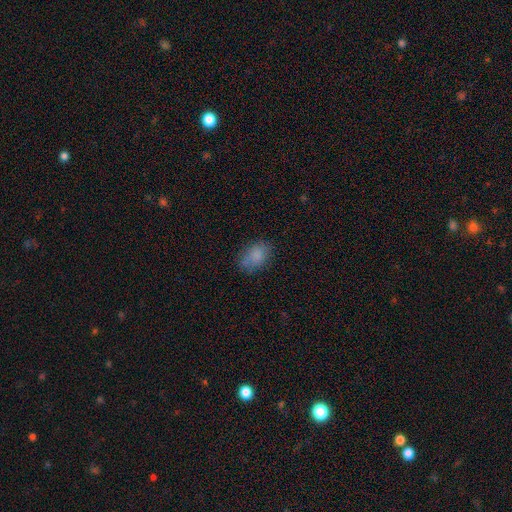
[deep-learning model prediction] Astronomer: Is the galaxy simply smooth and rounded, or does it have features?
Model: smooth — 82%.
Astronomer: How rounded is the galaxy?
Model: in between — 77%.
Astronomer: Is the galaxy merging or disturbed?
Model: none — 72%.